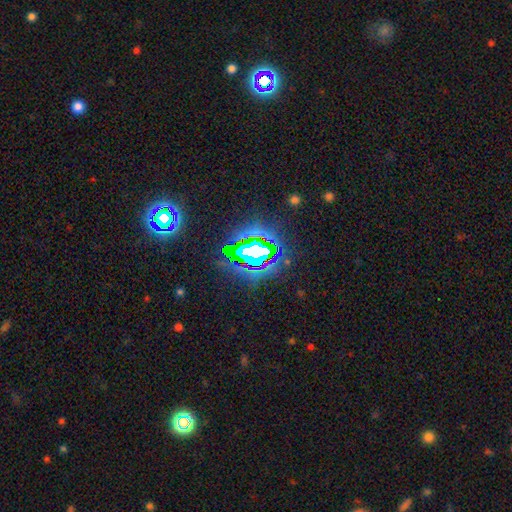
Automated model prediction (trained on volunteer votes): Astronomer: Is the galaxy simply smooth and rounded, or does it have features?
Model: star or artifact — 80%.